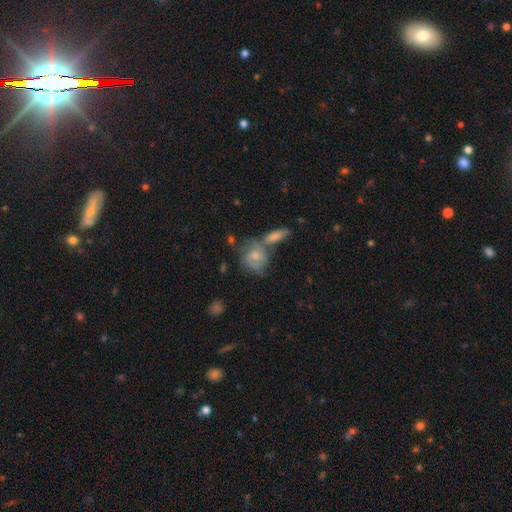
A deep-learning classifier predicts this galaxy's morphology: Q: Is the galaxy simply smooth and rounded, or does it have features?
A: featured or disk — 46%.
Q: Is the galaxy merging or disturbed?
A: none — 43%.